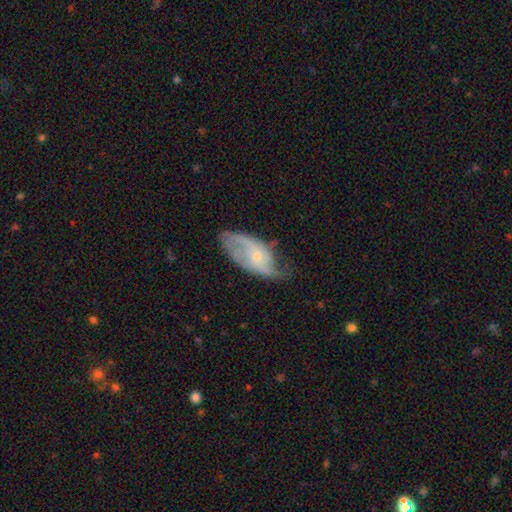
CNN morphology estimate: Overall: featured or disk (75%). Edge-on disk: no (94%). Bar: no (65%; weak 29%). Spiral arms: yes (90%). Spiral arm count: 2 (71%). Spiral winding: medium (42%; loose 40%). Bulge size: small (72%). Merging: none (58%; minor disturbance 27%).